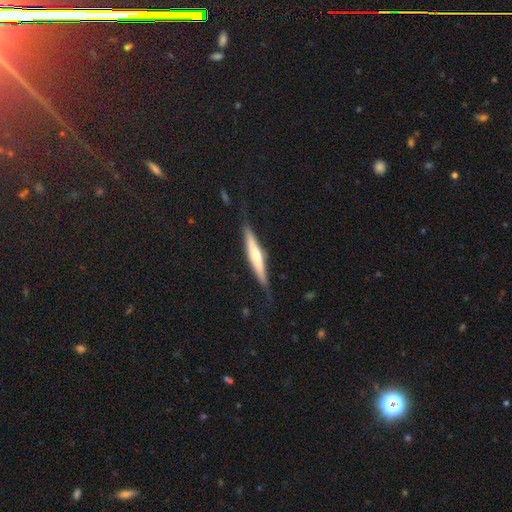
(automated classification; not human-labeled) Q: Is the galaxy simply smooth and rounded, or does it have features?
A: featured or disk — 55%.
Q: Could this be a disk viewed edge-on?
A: yes — 94%.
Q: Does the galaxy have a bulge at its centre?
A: rounded — 69%.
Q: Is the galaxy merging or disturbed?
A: none — 78%.